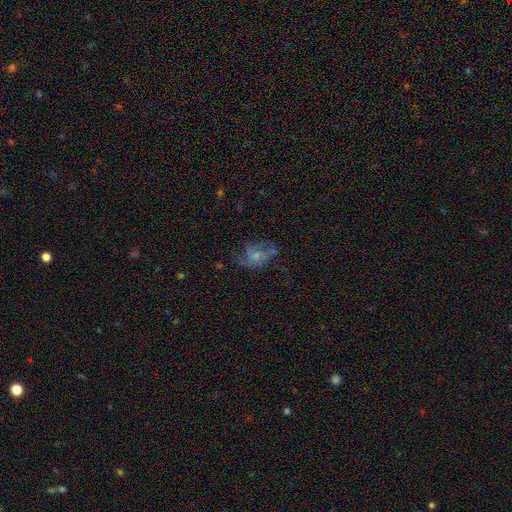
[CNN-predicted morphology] type=featured or disk (64%); edge-on=no (97%); bar=no (71%); spiral arms=yes (80%); bulge=small (58%); merging=none (47%).